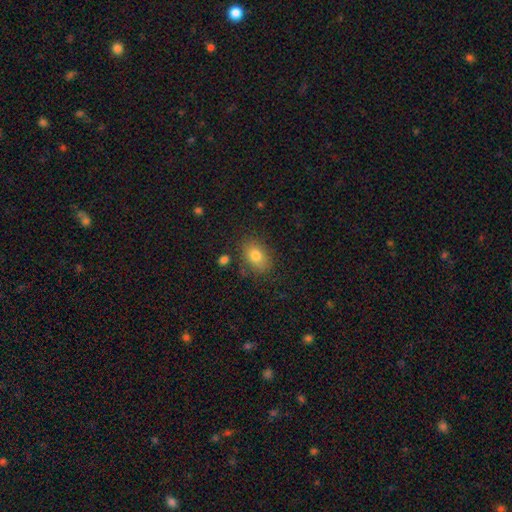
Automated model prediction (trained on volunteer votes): Q: Smooth or featured?
A: smooth (81%); runner-up: featured or disk (10%)
Q: How rounded?
A: in between (78%); runner-up: round (21%)
Q: Merging?
A: none (79%); runner-up: minor disturbance (14%)